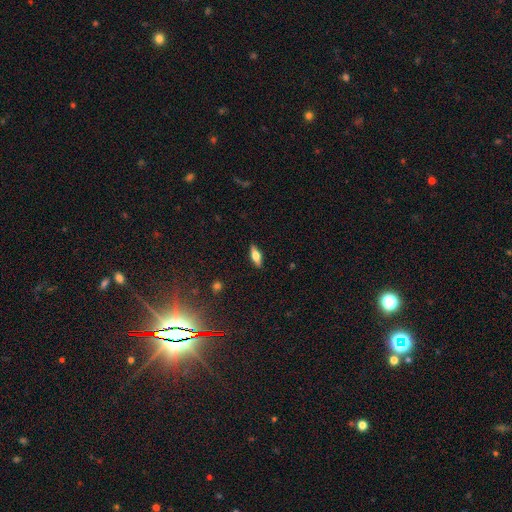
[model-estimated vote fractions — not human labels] A smooth galaxy with no disk features (57%) that is in between round and cigar-shaped (66%).

Vote fractions:
- Smooth or featured? smooth: 57% / featured or disk: 35% / star or artifact: 8%
- How rounded? in between: 66% / cigar-shaped: 31% / round: 3%
- Merging? none: 89% / minor disturbance: 8% / major disturbance: 2% / merger: 1%